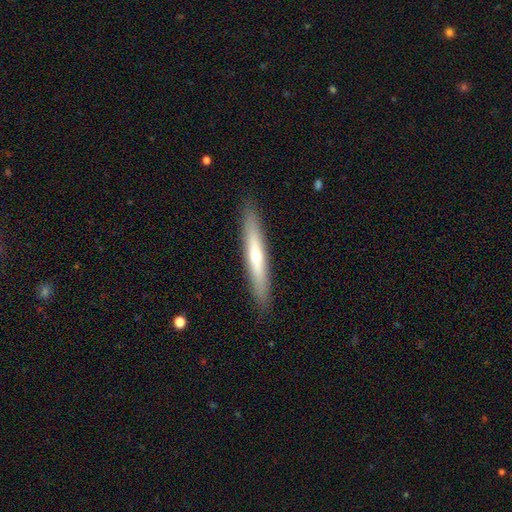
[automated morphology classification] Overall: featured or disk (52%; smooth 42%). Edge-on disk: yes (89%). Merging: none (91%).